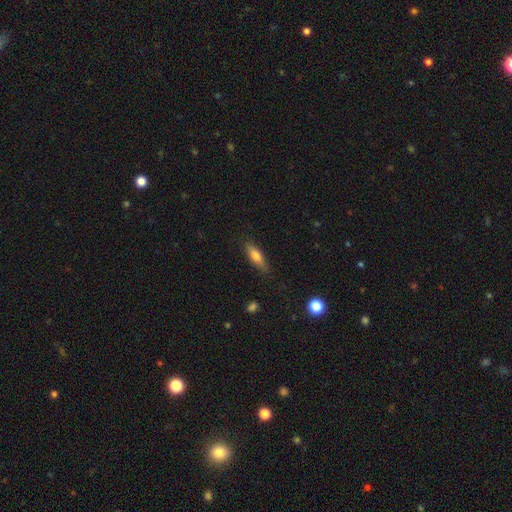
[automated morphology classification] smooth_or_featured: smooth (p=0.69) [alt: featured or disk p=0.24]
how_rounded: cigar-shaped (p=0.54) [alt: in between p=0.44]
merging: none (p=0.82) [alt: minor disturbance p=0.14]